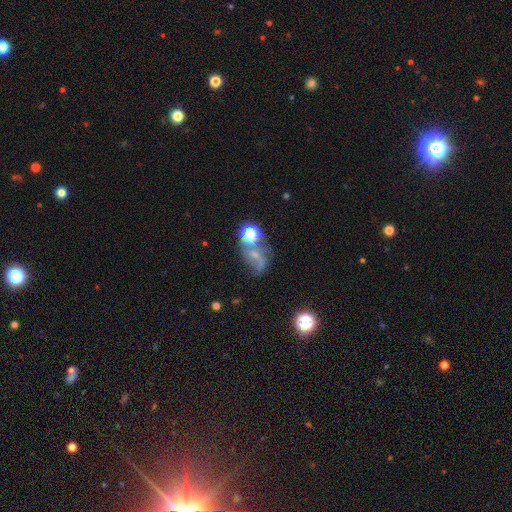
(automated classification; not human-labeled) Smooth or featured? featured or disk (47%)
Merging? none (36%)